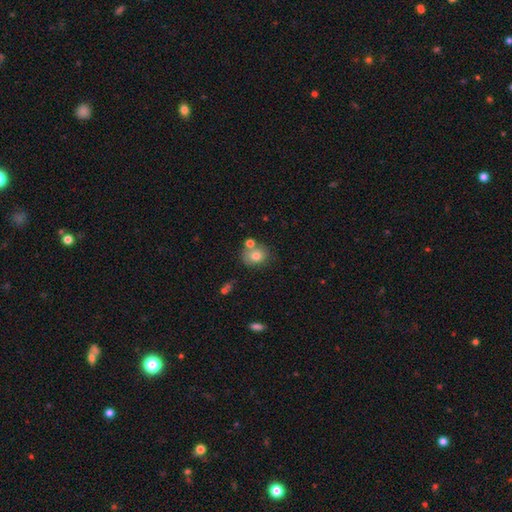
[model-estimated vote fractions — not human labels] Smooth or featured?
  - smooth: 76% *
  - featured or disk: 13%
  - star or artifact: 10%
How rounded?
  - round: 64% *
  - in between: 35%
  - cigar-shaped: 1%
Merging?
  - none: 60% *
  - merger: 21%
  - minor disturbance: 14%
  - major disturbance: 4%